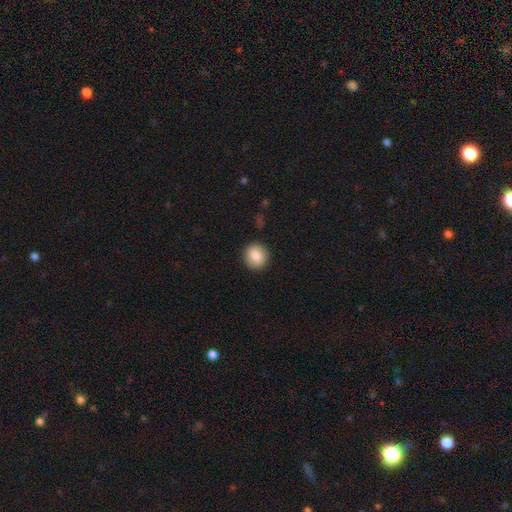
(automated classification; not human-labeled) A smooth galaxy with no disk features (86%) that is round (87%).

Vote fractions:
- Smooth or featured? smooth: 86% / star or artifact: 8% / featured or disk: 7%
- How rounded? round: 87% / in between: 12% / cigar-shaped: 1%
- Merging? none: 91% / minor disturbance: 6% / major disturbance: 2% / merger: 1%